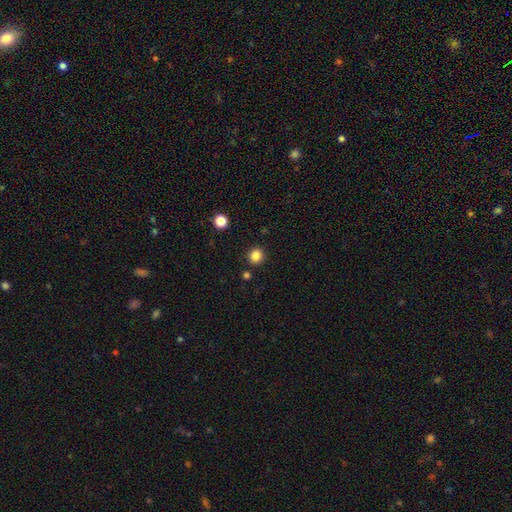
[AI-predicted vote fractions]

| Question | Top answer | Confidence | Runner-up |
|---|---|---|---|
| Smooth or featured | smooth | 84% | star or artifact (12%) |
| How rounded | round | 88% | in between (11%) |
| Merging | none | 90% | minor disturbance (6%) |